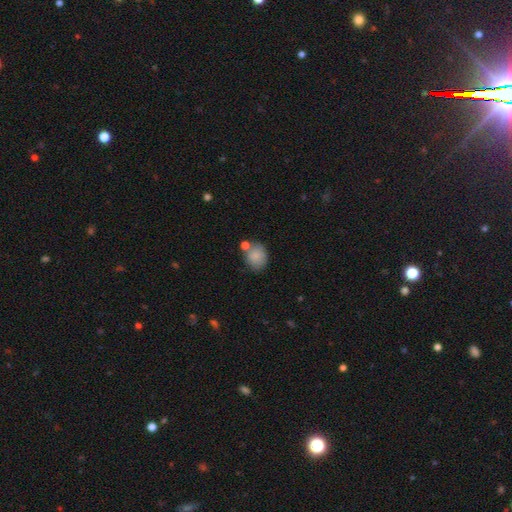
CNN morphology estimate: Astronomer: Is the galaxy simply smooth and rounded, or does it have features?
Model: smooth — 84%.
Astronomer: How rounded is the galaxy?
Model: round — 63%.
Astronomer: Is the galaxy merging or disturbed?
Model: none — 63%.